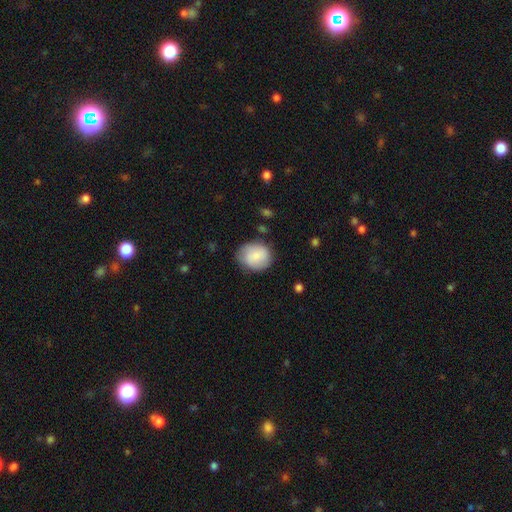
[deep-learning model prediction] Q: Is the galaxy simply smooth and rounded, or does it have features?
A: smooth — 81%.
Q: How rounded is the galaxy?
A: round — 59%.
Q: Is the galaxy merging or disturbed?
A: none — 73%.